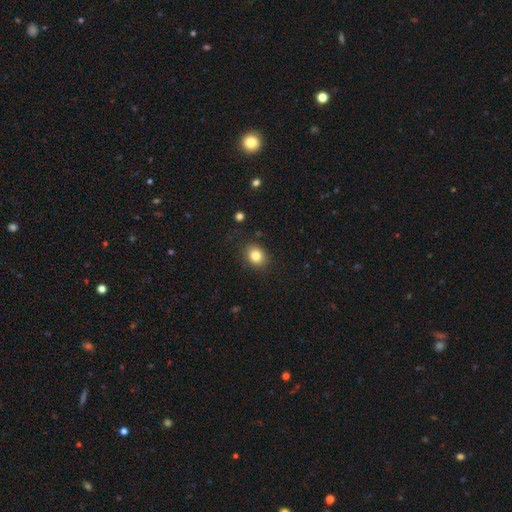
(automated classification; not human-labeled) Smooth or featured: smooth — 84% (star or artifact — 10%)
How rounded: round — 55% (in between — 44%)
Merging: none — 85% (minor disturbance — 11%)